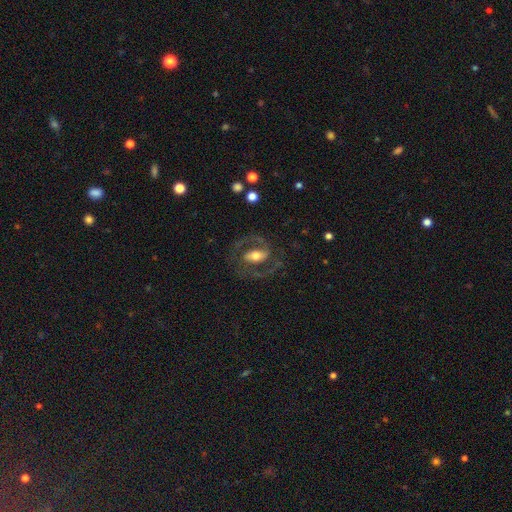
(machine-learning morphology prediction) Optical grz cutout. It shows a featured or disk galaxy (79%) with a strong bar (43%), 2 (89%) medium (57%) spiral arms (86%) and a moderate central bulge (63%). Merging: none (71%).